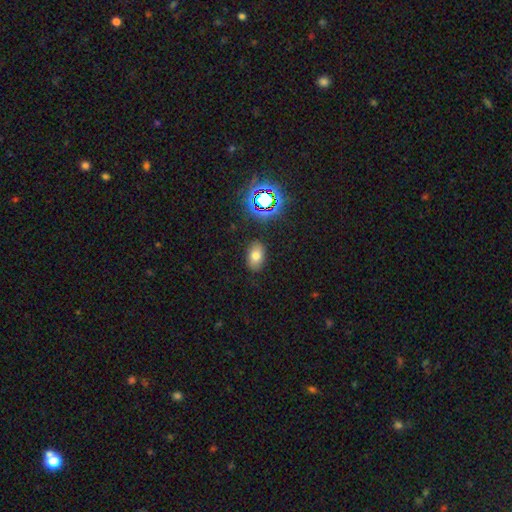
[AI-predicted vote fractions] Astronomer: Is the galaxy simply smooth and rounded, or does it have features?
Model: smooth — 71%.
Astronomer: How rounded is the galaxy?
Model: in between — 88%.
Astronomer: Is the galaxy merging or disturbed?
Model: none — 85%.